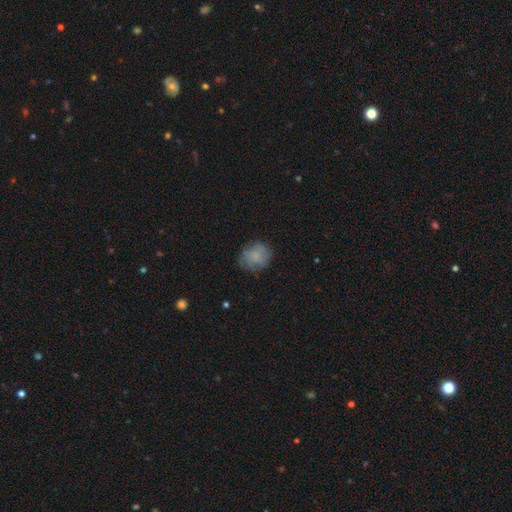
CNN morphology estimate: smooth_or_featured: smooth (p=0.67) [alt: featured or disk p=0.24]
how_rounded: round (p=0.71) [alt: in between p=0.28]
merging: none (p=0.71) [alt: minor disturbance p=0.20]